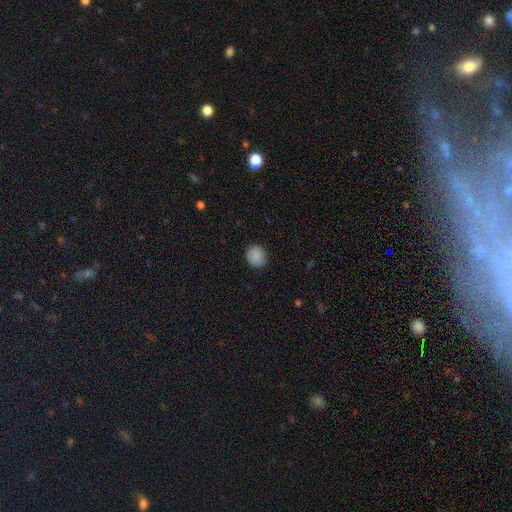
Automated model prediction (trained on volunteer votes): Smooth or featured?
  - smooth: 87% *
  - star or artifact: 8%
  - featured or disk: 5%
How rounded?
  - round: 83% *
  - in between: 16%
  - cigar-shaped: 1%
Merging?
  - none: 88% *
  - minor disturbance: 9%
  - major disturbance: 2%
  - merger: 1%